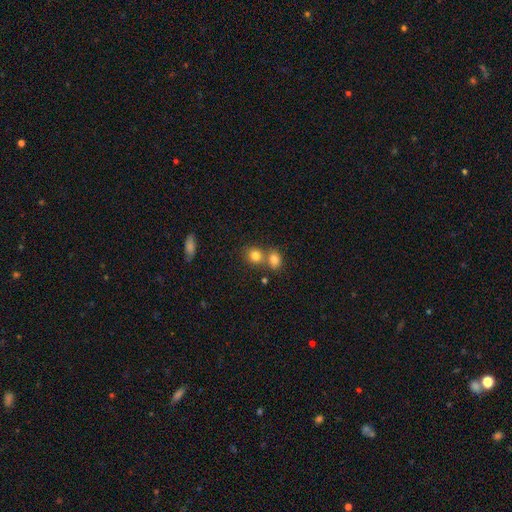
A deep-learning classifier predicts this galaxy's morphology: smooth 80%, star or artifact 11%, featured or disk 8%. Down the decision tree: how rounded — round (77%); merging — none (50%).